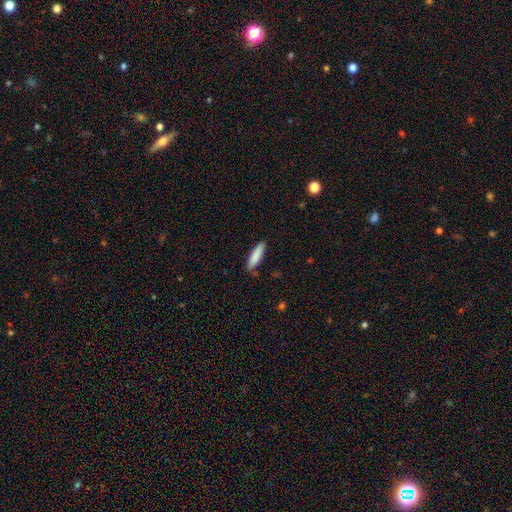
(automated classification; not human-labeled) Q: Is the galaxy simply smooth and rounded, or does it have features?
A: smooth — 85%.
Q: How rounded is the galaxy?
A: cigar-shaped — 71%.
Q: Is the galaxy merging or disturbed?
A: none — 80%.